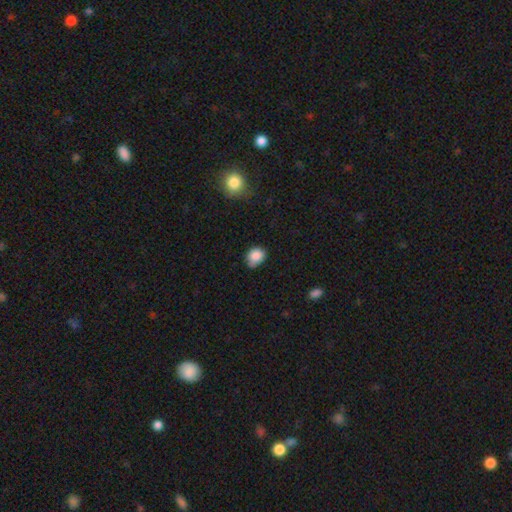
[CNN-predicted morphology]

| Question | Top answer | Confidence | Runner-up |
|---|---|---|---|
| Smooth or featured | smooth | 85% | star or artifact (10%) |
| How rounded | round | 62% | in between (37%) |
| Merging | none | 54% | minor disturbance (33%) |